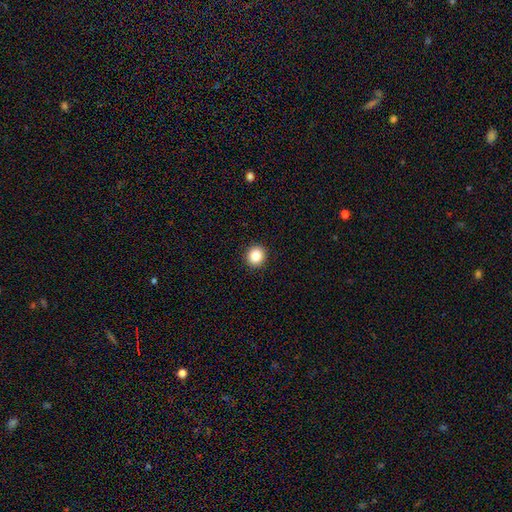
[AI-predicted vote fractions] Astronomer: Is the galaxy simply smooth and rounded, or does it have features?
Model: smooth — 85%.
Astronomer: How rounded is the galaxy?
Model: round — 90%.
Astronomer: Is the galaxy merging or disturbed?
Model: none — 93%.